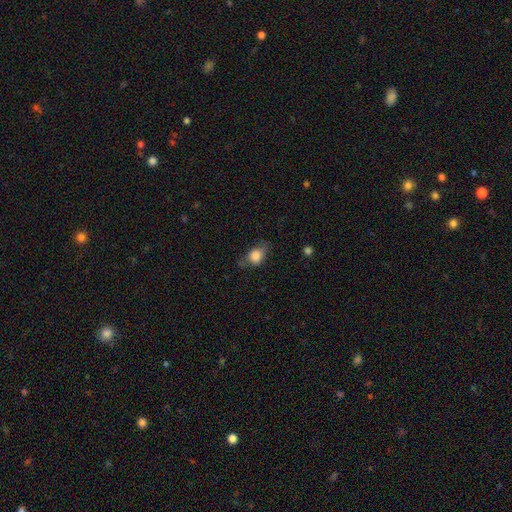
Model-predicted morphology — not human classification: Smooth or featured? Predicted: smooth (p=0.78). How rounded? Predicted: in between (p=0.62). Merging? Predicted: none (p=0.55).